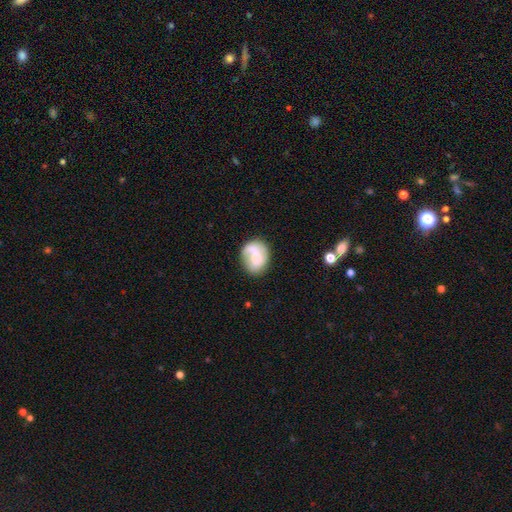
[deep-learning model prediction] A smooth galaxy with no disk features (58%) that is in between round and cigar-shaped (50%). Merging: none (51%).